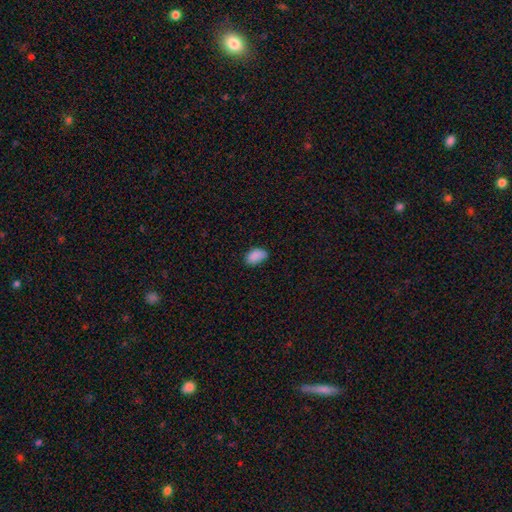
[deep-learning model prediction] A smooth galaxy with no disk features (88%) that is in between round and cigar-shaped (90%).

Vote fractions:
- Smooth or featured? smooth: 88% / star or artifact: 8% / featured or disk: 4%
- How rounded? in between: 90% / round: 8% / cigar-shaped: 2%
- Merging? none: 69% / minor disturbance: 25% / major disturbance: 4% / merger: 2%